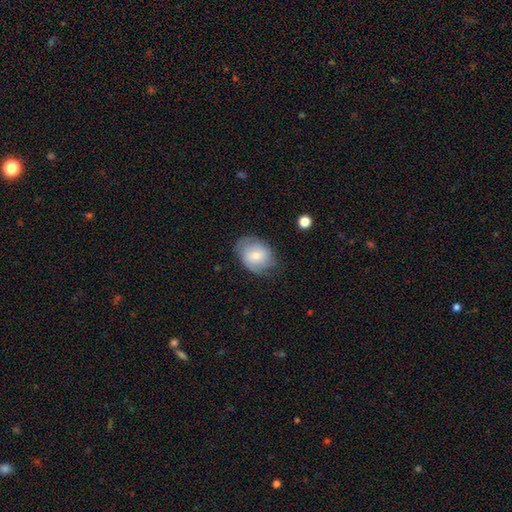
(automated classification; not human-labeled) A smooth galaxy with no disk features (60%) that is in between round and cigar-shaped (54%).

Vote fractions:
- Smooth or featured? smooth: 60% / featured or disk: 32% / star or artifact: 7%
- How rounded? in between: 54% / round: 45% / cigar-shaped: 1%
- Merging? none: 66% / minor disturbance: 25% / major disturbance: 9% / merger: 1%